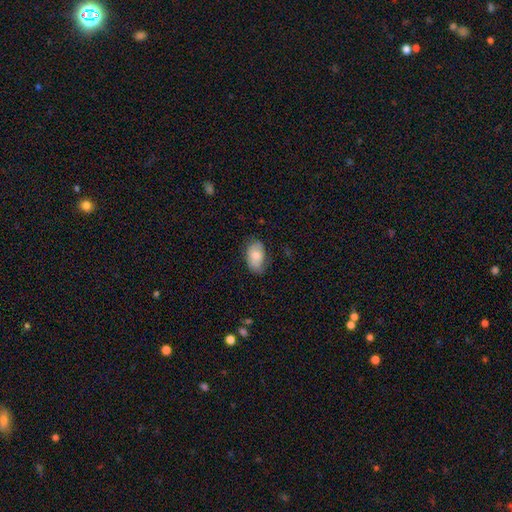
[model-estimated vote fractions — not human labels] Smooth or featured?
  - smooth: 74% *
  - featured or disk: 20%
  - star or artifact: 6%
How rounded?
  - in between: 92% *
  - round: 6%
  - cigar-shaped: 1%
Merging?
  - none: 68% *
  - minor disturbance: 25%
  - major disturbance: 6%
  - merger: 1%